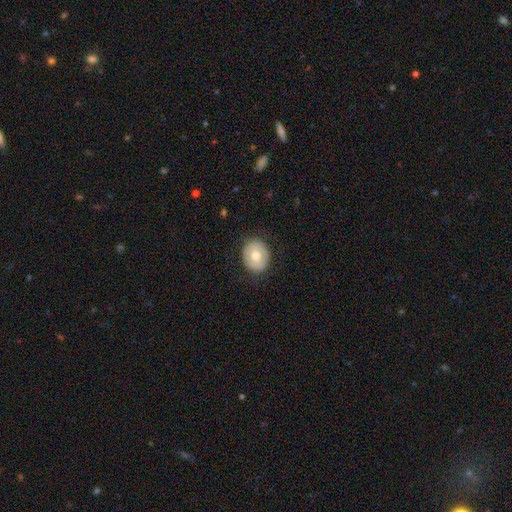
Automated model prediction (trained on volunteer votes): Overall: smooth (55%; featured or disk 38%). How rounded: round (65%; in between 34%). Merging: none (85%).